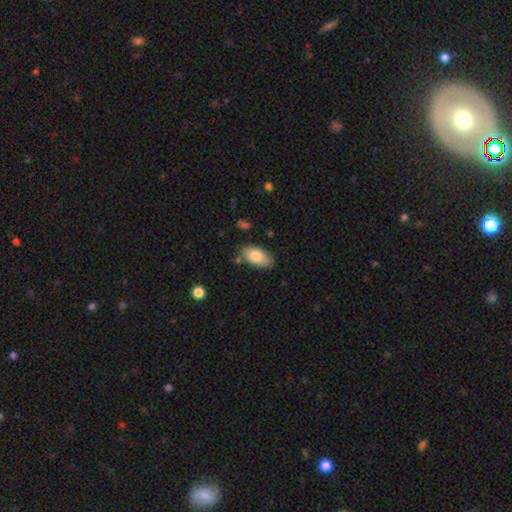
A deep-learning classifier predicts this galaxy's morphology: Smooth or featured: smooth — 80% (featured or disk — 14%)
How rounded: in between — 94% (round — 3%)
Merging: none — 79% (minor disturbance — 15%)